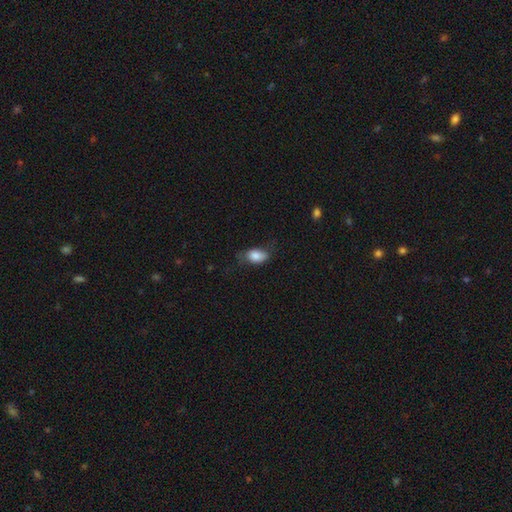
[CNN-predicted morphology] This appears to be a smooth galaxy with no disk features (82%) that is in between round and cigar-shaped (87%). Merging: none (58%).